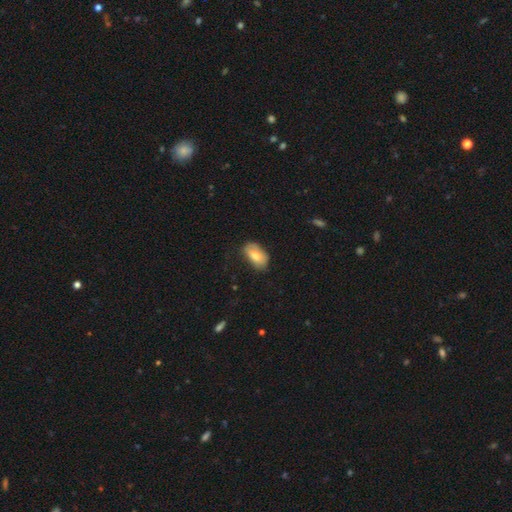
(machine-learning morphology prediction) A smooth galaxy with no disk features (74%) that is in between round and cigar-shaped (92%).

Vote fractions:
- Smooth or featured? smooth: 74% / featured or disk: 19% / star or artifact: 7%
- How rounded? in between: 92% / round: 5% / cigar-shaped: 2%
- Merging? none: 64% / minor disturbance: 28% / major disturbance: 6% / merger: 2%